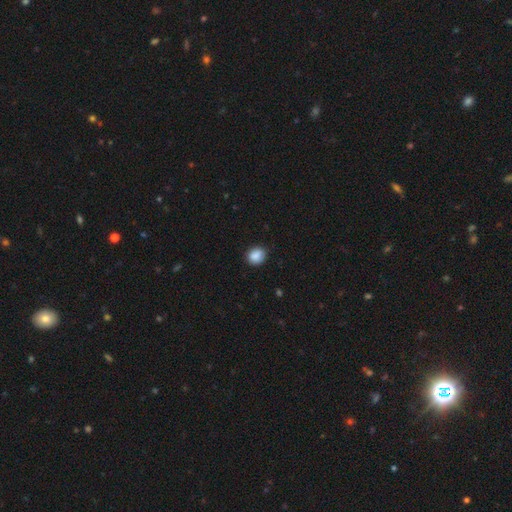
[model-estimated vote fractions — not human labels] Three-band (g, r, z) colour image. It shows a smooth galaxy with no disk features (88%) that is round (71%). Merging: none (85%).